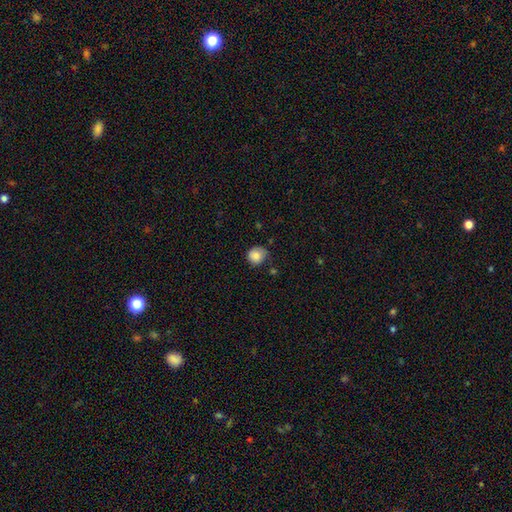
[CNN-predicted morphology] Q: Smooth or featured?
A: smooth (85%); runner-up: star or artifact (9%)
Q: How rounded?
A: round (83%); runner-up: in between (16%)
Q: Merging?
A: none (66%); runner-up: minor disturbance (26%)